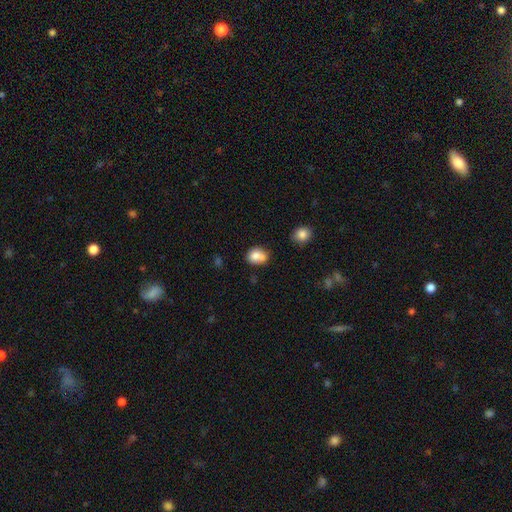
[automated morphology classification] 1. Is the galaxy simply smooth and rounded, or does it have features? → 80% smooth, 11% featured or disk, 10% star or artifact.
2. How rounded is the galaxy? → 50% in between, 49% round, 1% cigar-shaped.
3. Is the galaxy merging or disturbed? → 52% none, 24% minor disturbance, 18% merger, 7% major disturbance.